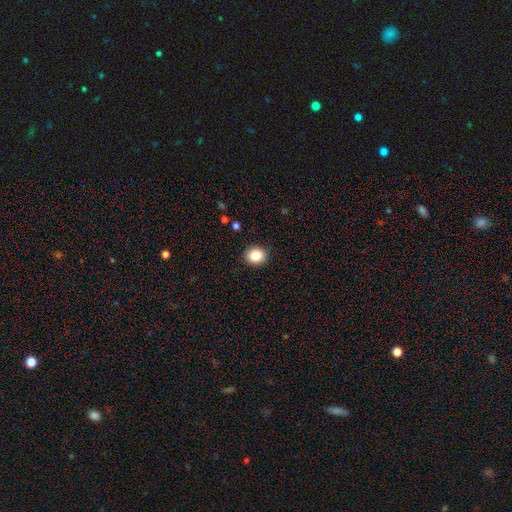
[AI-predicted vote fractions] This appears to be a smooth galaxy with no disk features (84%) that is round (73%). Merging: none (90%).